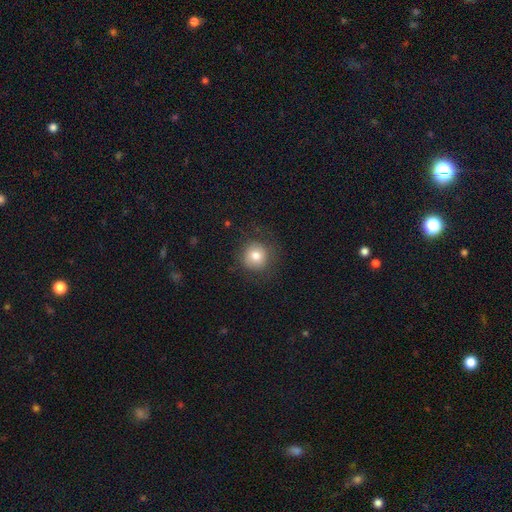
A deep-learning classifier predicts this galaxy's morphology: type=smooth (79%); roundness=round (92%); merging=none (82%).